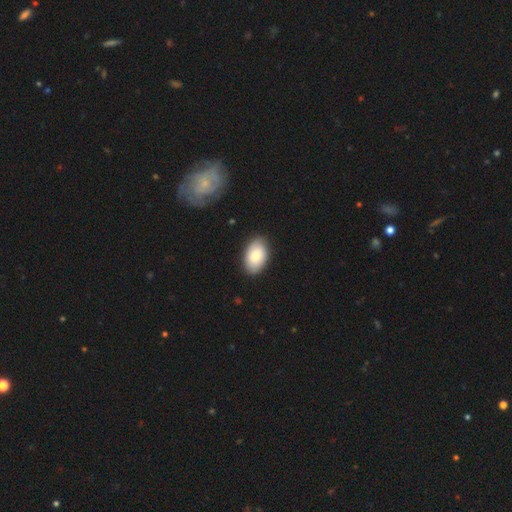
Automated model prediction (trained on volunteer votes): smooth_or_featured: smooth (p=0.78) [alt: featured or disk p=0.16]
how_rounded: in between (p=0.92) [alt: round p=0.07]
merging: none (p=0.86) [alt: minor disturbance p=0.11]